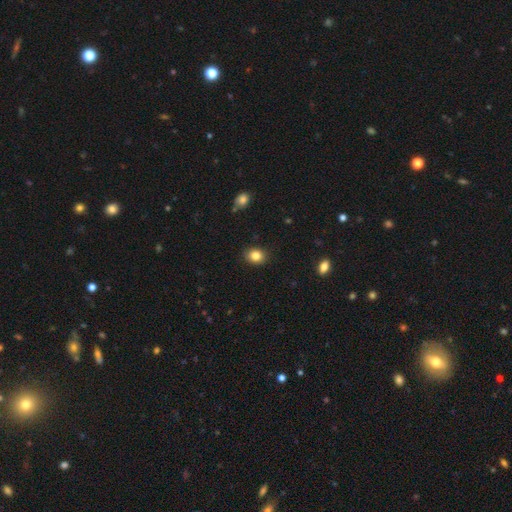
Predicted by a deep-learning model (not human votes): Smooth or featured? Predicted: smooth (p=0.84). How rounded? Predicted: round (p=0.51). Merging? Predicted: none (p=0.87).